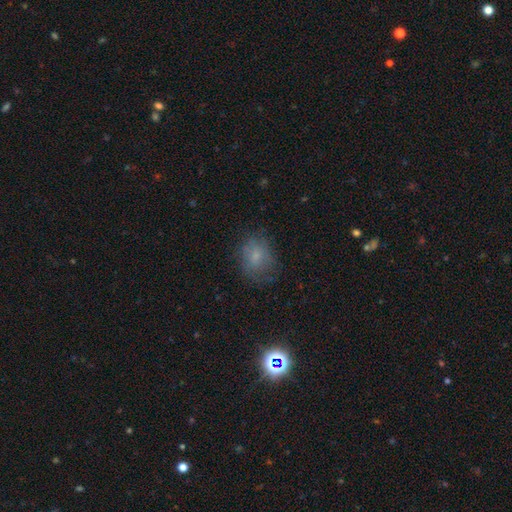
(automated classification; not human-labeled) A smooth galaxy with no disk features (69%) that is round (56%).

Vote fractions:
- Smooth or featured? smooth: 69% / featured or disk: 17% / star or artifact: 14%
- How rounded? round: 56% / in between: 43% / cigar-shaped: 1%
- Merging? none: 67% / minor disturbance: 21% / major disturbance: 11% / merger: 1%